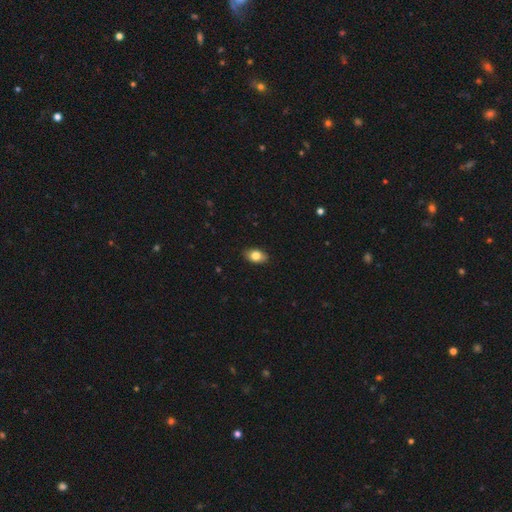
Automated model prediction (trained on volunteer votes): This is clearly a smooth galaxy (81%). How rounded: clearly in between (87%). Merging: clearly none (87%).